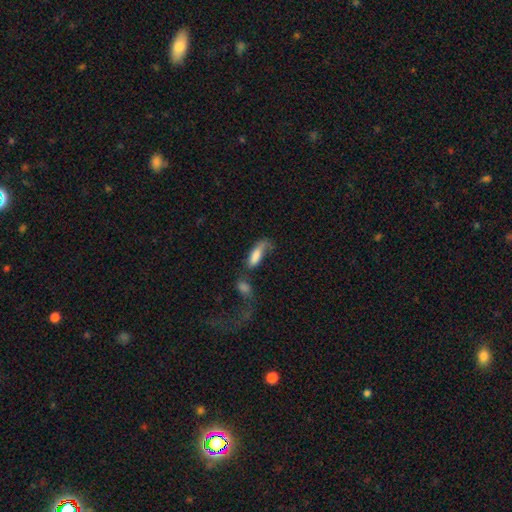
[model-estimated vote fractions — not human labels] A smooth galaxy with no disk features (75%) that is in between round and cigar-shaped (59%).

Vote fractions:
- Smooth or featured? smooth: 75% / featured or disk: 17% / star or artifact: 8%
- How rounded? in between: 59% / cigar-shaped: 38% / round: 3%
- Merging? merger: 28% / major disturbance: 27% / none: 26% / minor disturbance: 19%